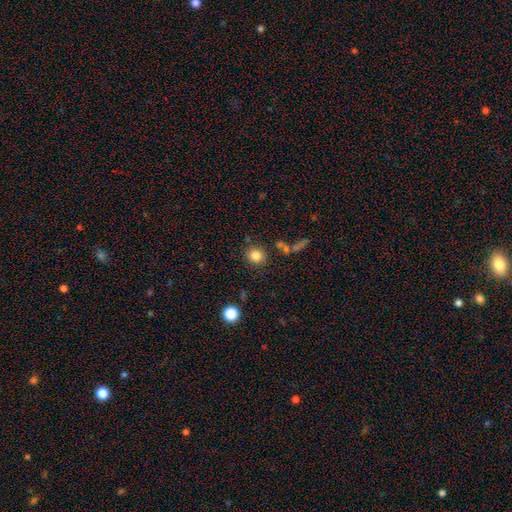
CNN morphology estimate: Overall: smooth (82%). How rounded: round (84%). Merging: none (83%).